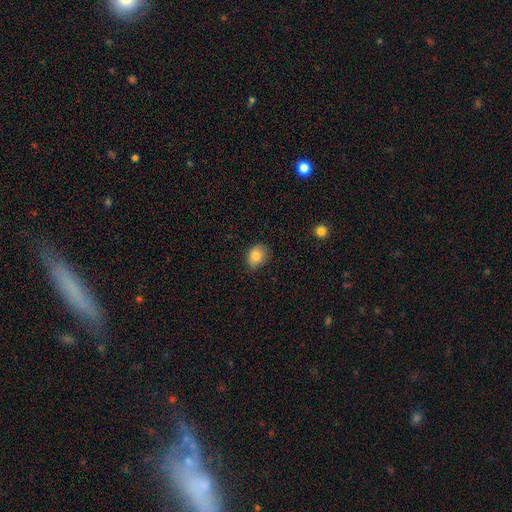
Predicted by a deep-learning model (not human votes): The model was most divided on "how rounded": in between: 51%, round: 48%, cigar-shaped: 1%. More confident: smooth or featured — smooth (85%); merging — none (76%).